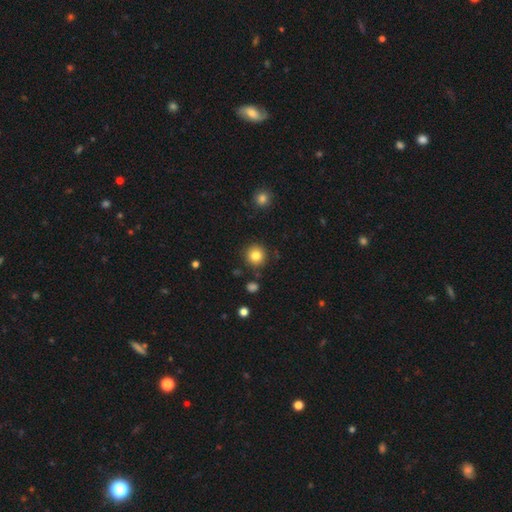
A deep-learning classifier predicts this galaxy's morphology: The model was most divided on "smooth or featured": smooth: 83%, star or artifact: 11%, featured or disk: 7%. More confident: how rounded — round (93%); merging — none (88%).